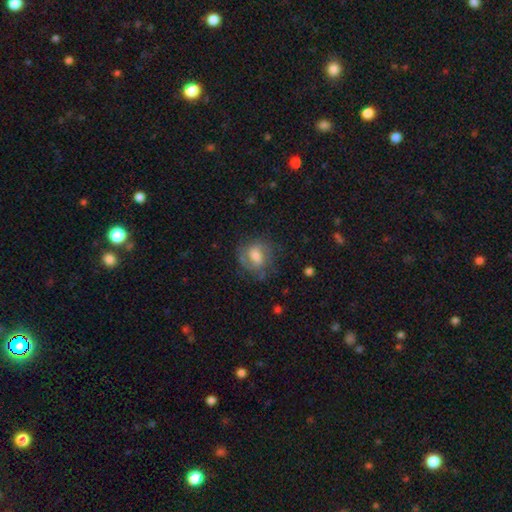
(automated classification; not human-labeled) A featured or disk galaxy (52%).

Vote fractions:
- Smooth or featured? featured or disk: 52% / smooth: 39% / star or artifact: 9%
- Edge-on disk? no: 96% / yes: 4%
- Merging? none: 63% / minor disturbance: 22% / major disturbance: 14% / merger: 2%